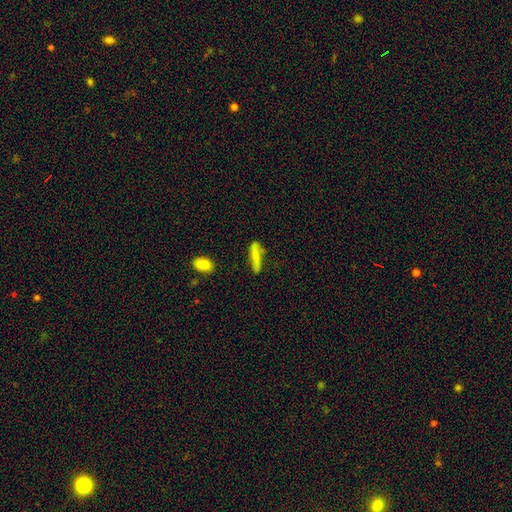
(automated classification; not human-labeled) This appears to be a smooth galaxy with no disk features (71%) that is cigar-shaped (77%). Merging: none (63%).